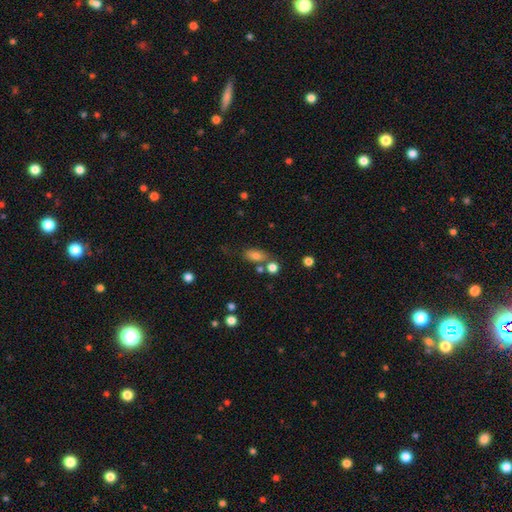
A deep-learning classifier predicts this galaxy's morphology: smooth-or-featured: smooth: 78% | star or artifact: 12% | featured or disk: 10%
  how-rounded: in between: 82% | round: 10% | cigar-shaped: 7%
  merging: none: 60% | merger: 19% | minor disturbance: 15% | major disturbance: 6%